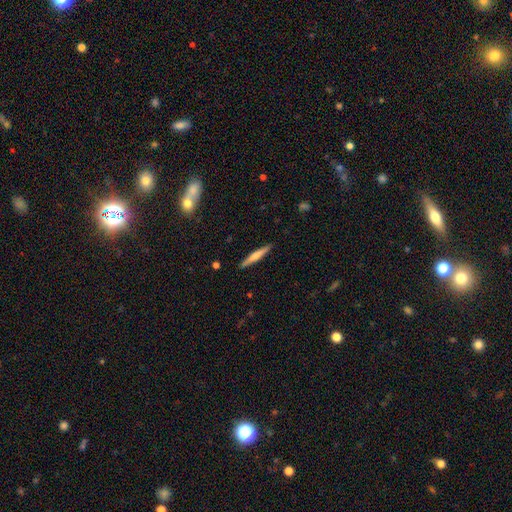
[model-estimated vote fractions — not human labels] A smooth galaxy with no disk features (48%).

Vote fractions:
- Smooth or featured? smooth: 48% / featured or disk: 46% / star or artifact: 6%
- Merging? none: 91% / minor disturbance: 7% / major disturbance: 1% / merger: 1%